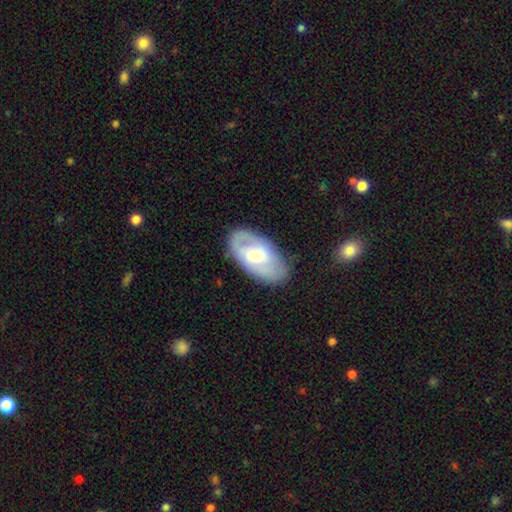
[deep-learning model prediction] featured or disk 57%, smooth 37%, star or artifact 6%. Down the decision tree: edge-on disk — no (92%); bar — weak (46%); spiral arms — yes (61%); bulge size — moderate (56%); merging — none (76%).